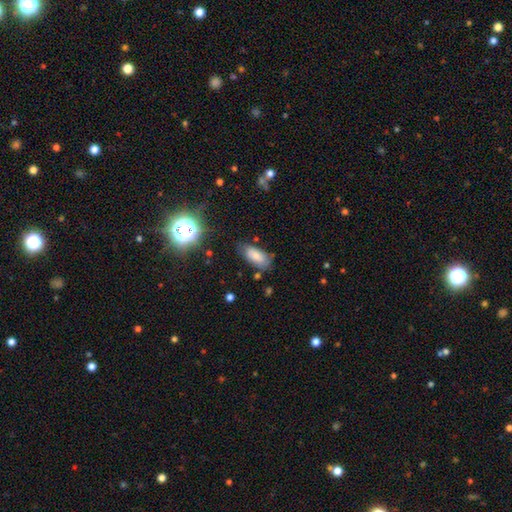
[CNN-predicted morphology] This appears to be a smooth galaxy with no disk features (77%) that is in between round and cigar-shaped (88%). Merging: none (66%).